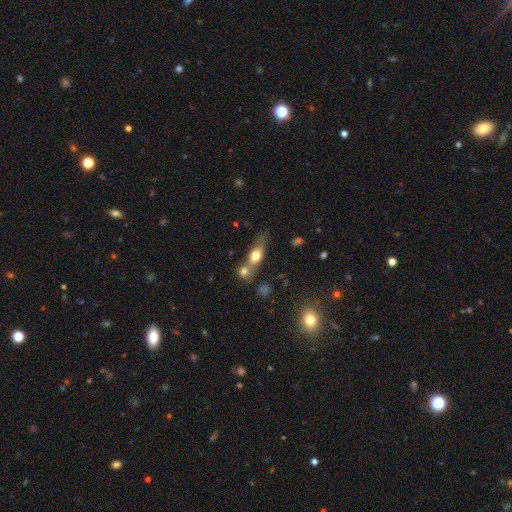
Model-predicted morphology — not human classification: This is likely a smooth galaxy (66%). How rounded: possibly in between (55%). Merging: marginally merger (43%).